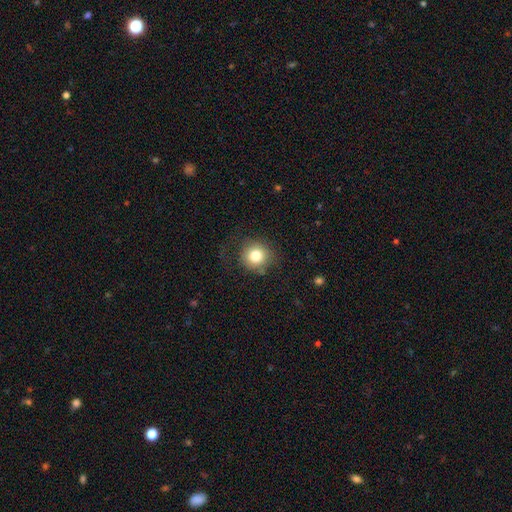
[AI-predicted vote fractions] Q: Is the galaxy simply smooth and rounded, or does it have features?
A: smooth — 79%.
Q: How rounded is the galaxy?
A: round — 91%.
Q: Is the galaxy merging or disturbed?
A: none — 76%.